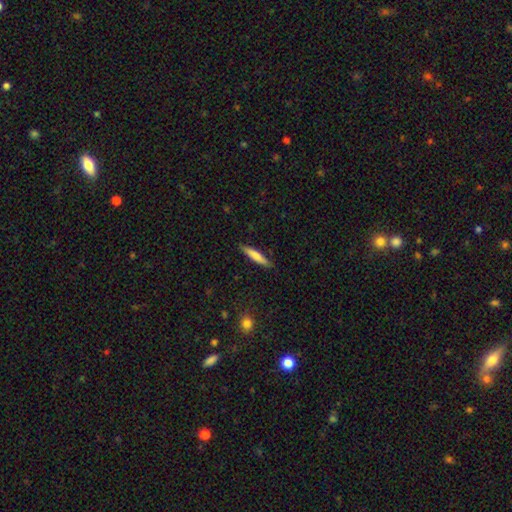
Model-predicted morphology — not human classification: smooth 72%, featured or disk 22%, star or artifact 6%. Down the decision tree: how rounded — cigar-shaped (90%); merging — none (87%).